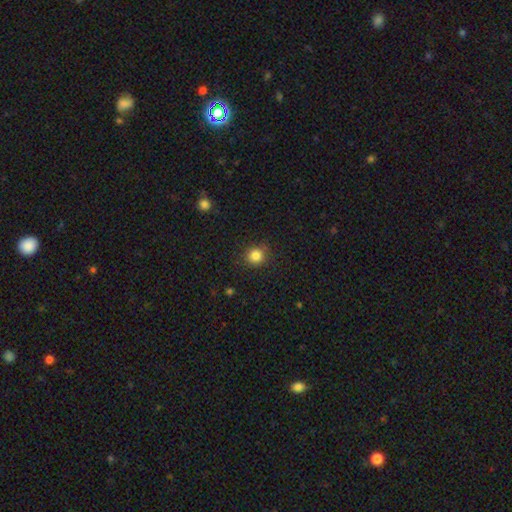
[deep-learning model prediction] smooth 84%, star or artifact 12%, featured or disk 4%. Down the decision tree: how rounded — round (91%); merging — none (87%).